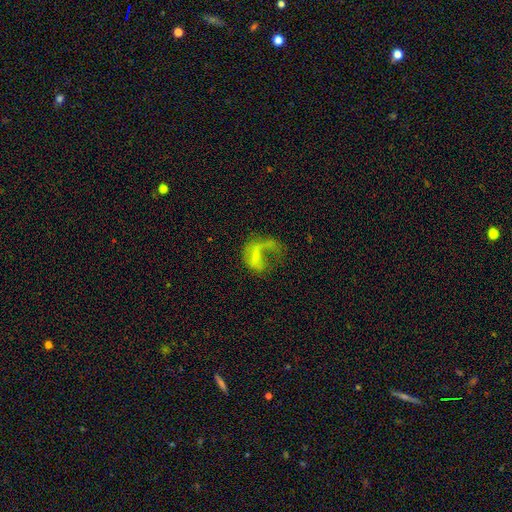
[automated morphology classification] Smooth or featured? Predicted: featured or disk (p=0.55). Edge-on disk? Predicted: no (p=0.97). Bar? Predicted: no (p=0.68). Spiral arms? Predicted: no (p=0.55). Bulge size? Predicted: none (p=0.55). Merging? Predicted: major disturbance (p=0.55).